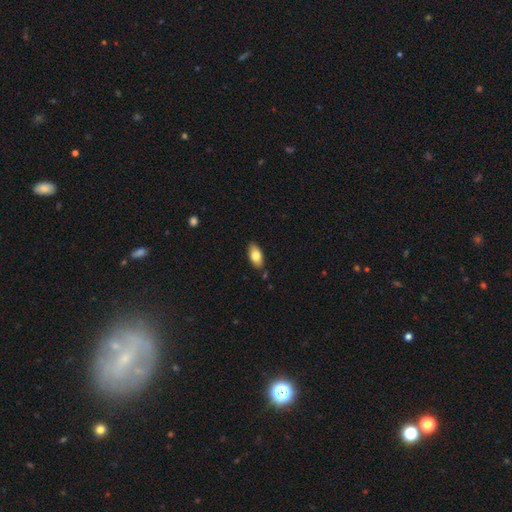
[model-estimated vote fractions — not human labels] smooth-or-featured: smooth: 79% | featured or disk: 14% | star or artifact: 7%
  how-rounded: in between: 92% | cigar-shaped: 5% | round: 3%
  merging: none: 84% | minor disturbance: 12% | major disturbance: 2% | merger: 2%